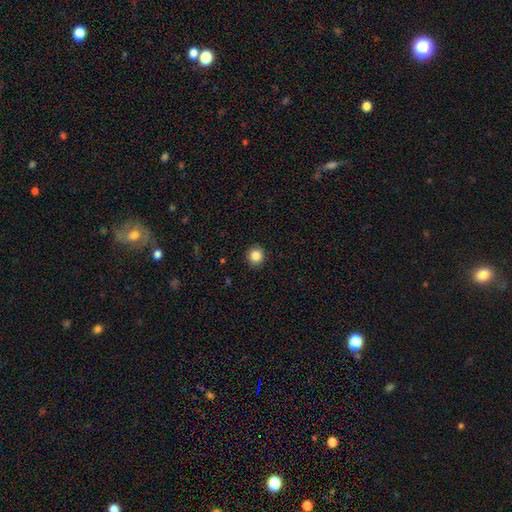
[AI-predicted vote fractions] smooth 86%, star or artifact 10%, featured or disk 4%. Down the decision tree: how rounded — round (91%); merging — none (92%).